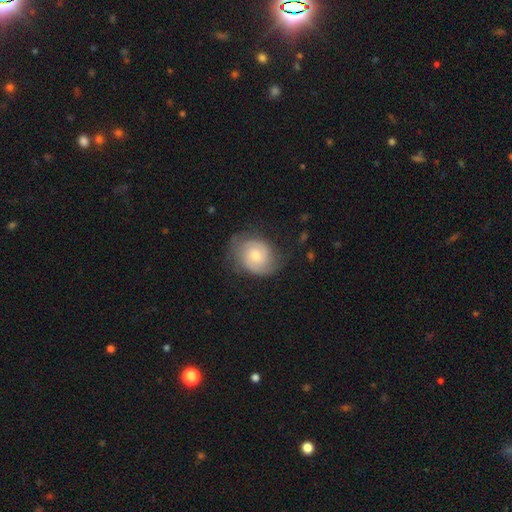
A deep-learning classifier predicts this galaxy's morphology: Smooth or featured: featured or disk — 65% (smooth — 28%)
Edge-on disk: no — 97% (yes — 3%)
Bar: no — 67% (weak — 30%)
Spiral arms: yes — 90% (no — 10%)
Spiral winding: tight — 49% (medium — 38%)
Spiral arm count: 2 — 70% (can't tell — 17%)
Bulge size: moderate — 52% (small — 42%)
Merging: none — 66% (minor disturbance — 23%)